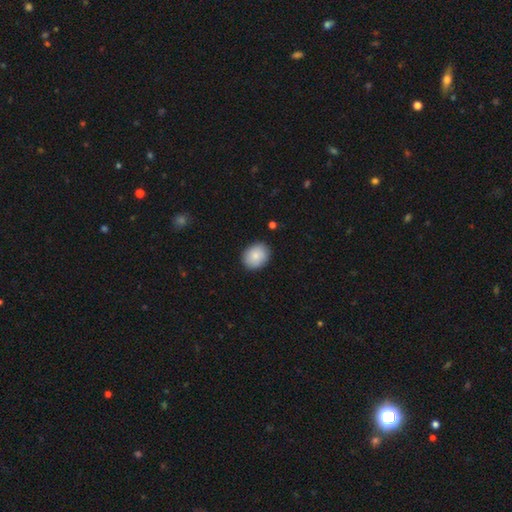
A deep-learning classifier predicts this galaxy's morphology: Smooth or featured: smooth — 86% (featured or disk — 7%)
How rounded: in between — 50% (round — 49%)
Merging: none — 87% (minor disturbance — 10%)